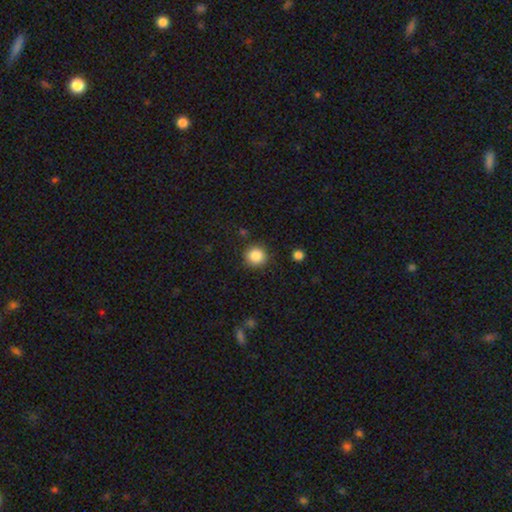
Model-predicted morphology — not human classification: Smooth or featured?
  - smooth: 87% *
  - star or artifact: 10%
  - featured or disk: 4%
How rounded?
  - round: 93% *
  - in between: 6%
  - cigar-shaped: 1%
Merging?
  - none: 89% *
  - minor disturbance: 7%
  - major disturbance: 2%
  - merger: 2%